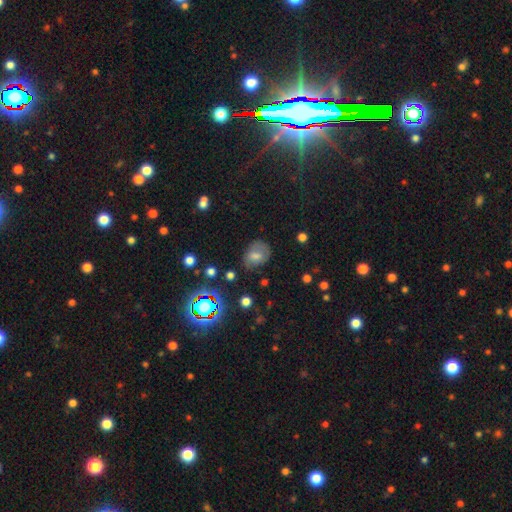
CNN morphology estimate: Smooth or featured?
  - smooth: 65% *
  - featured or disk: 20%
  - star or artifact: 15%
How rounded?
  - in between: 60% *
  - round: 38%
  - cigar-shaped: 1%
Merging?
  - none: 59% *
  - minor disturbance: 26%
  - major disturbance: 12%
  - merger: 3%